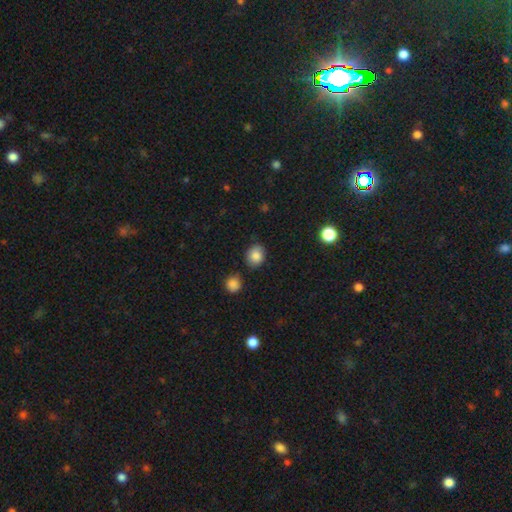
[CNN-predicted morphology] Q: Smooth or featured?
A: smooth (85%); runner-up: star or artifact (9%)
Q: How rounded?
A: round (56%); runner-up: in between (43%)
Q: Merging?
A: none (80%); runner-up: minor disturbance (13%)